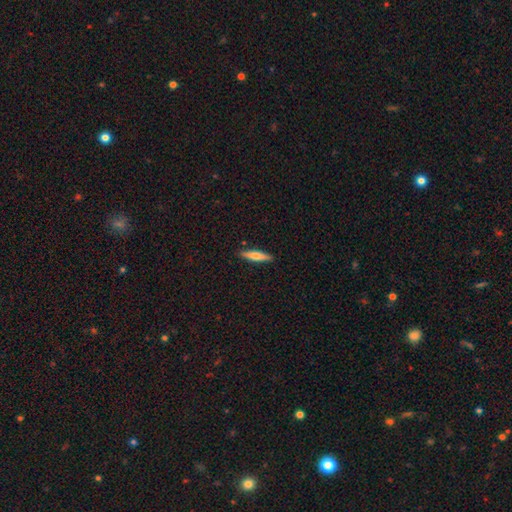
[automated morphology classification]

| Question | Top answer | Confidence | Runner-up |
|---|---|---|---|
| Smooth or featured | smooth | 63% | featured or disk (32%) |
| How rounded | cigar-shaped | 83% | in between (15%) |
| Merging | none | 90% | minor disturbance (7%) |